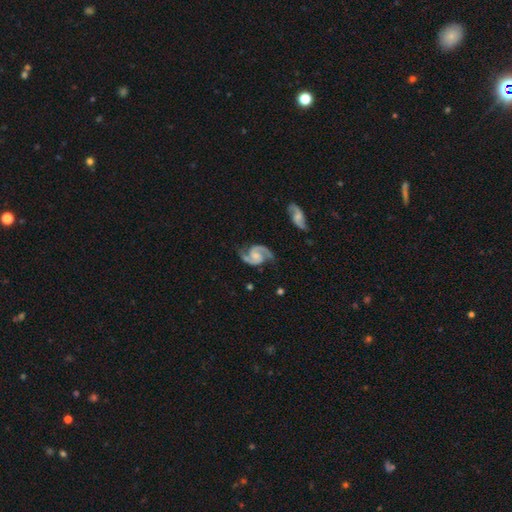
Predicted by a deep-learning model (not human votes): Morphology: type=featured or disk (93%); edge-on=no (98%); bar=no (51%); spiral arms=yes (99%); winding=medium (63%); arm count=2 (94%); bulge=small (41%); merging=none (79%).